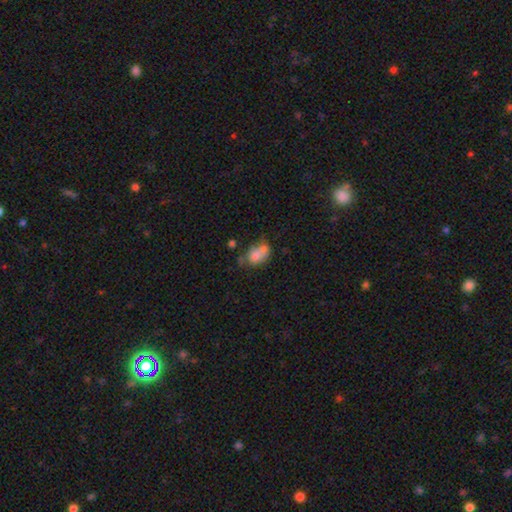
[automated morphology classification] Smooth or featured?
  - smooth: 70% *
  - featured or disk: 20%
  - star or artifact: 10%
How rounded?
  - in between: 74% *
  - round: 24%
  - cigar-shaped: 2%
Merging?
  - merger: 45% *
  - none: 26%
  - minor disturbance: 18%
  - major disturbance: 11%